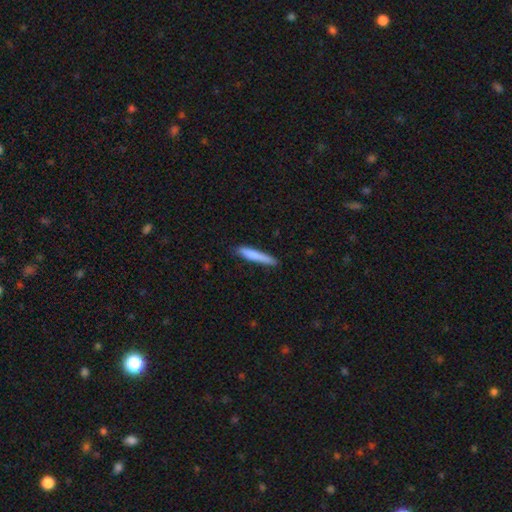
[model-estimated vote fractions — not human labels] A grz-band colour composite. It shows a smooth galaxy with no disk features (80%) that is cigar-shaped (93%). Merging: none (81%).